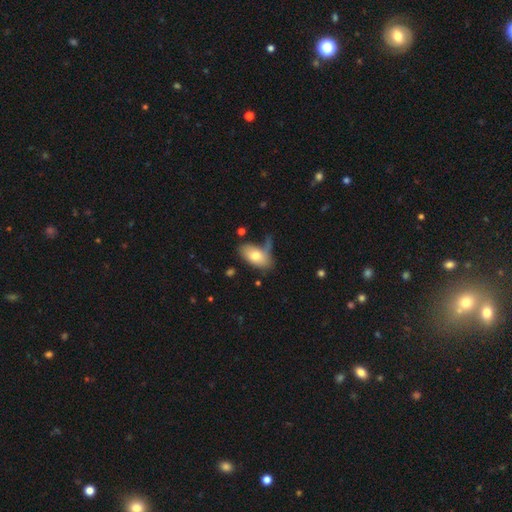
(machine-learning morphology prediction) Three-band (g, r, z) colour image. It shows a smooth galaxy with no disk features (73%) that is in between round and cigar-shaped (92%). Merging: none (45%).